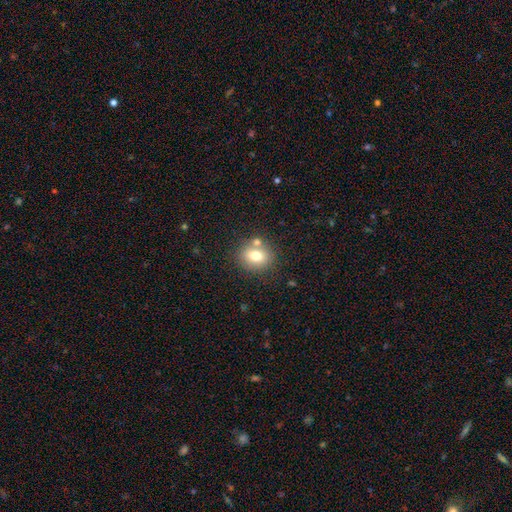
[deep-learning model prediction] Smooth or featured? smooth (73%)
How rounded? round (64%)
Merging? none (69%)